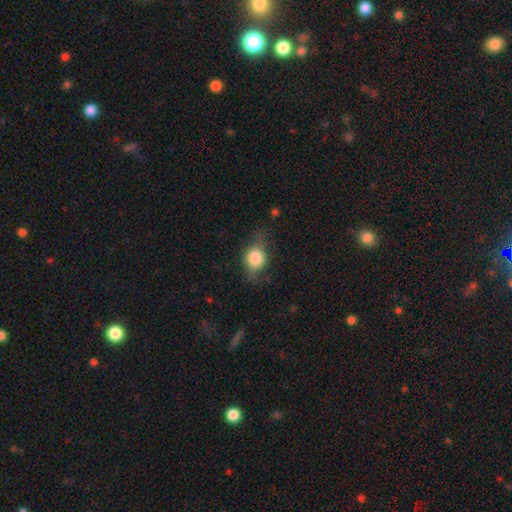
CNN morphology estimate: type=smooth (63%); roundness=in between (54%); merging=none (62%).